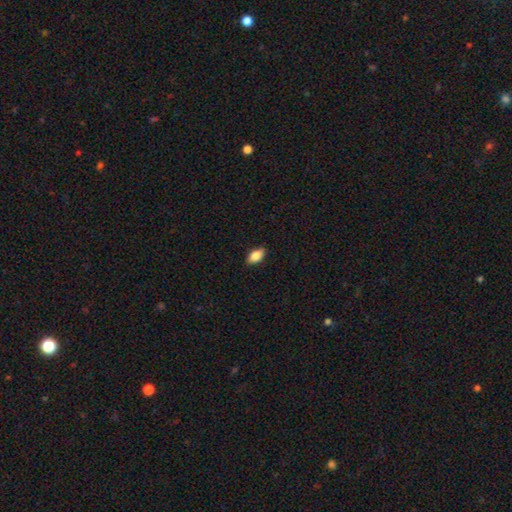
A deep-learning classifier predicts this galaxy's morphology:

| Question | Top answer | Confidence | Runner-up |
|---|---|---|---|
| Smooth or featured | smooth | 84% | featured or disk (9%) |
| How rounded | in between | 89% | cigar-shaped (6%) |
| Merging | none | 87% | minor disturbance (10%) |